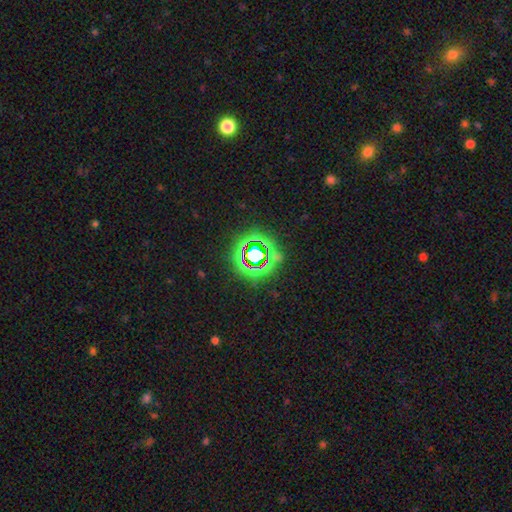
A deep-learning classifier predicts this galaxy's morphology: The model was most divided on "smooth or featured": star or artifact: 73%, smooth: 17%, featured or disk: 10%.